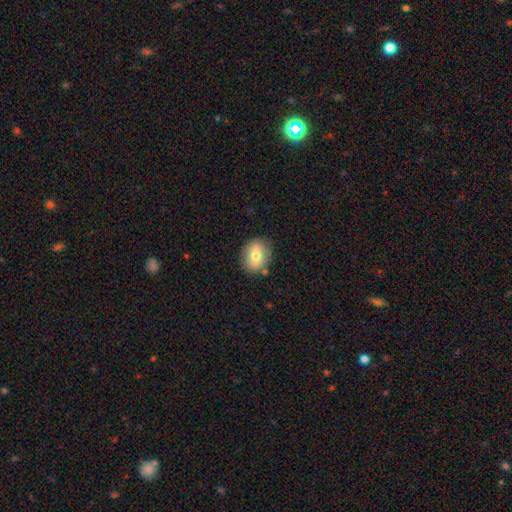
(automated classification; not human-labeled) Smooth or featured? Predicted: smooth (p=0.70). How rounded? Predicted: round (p=0.52). Merging? Predicted: none (p=0.84).